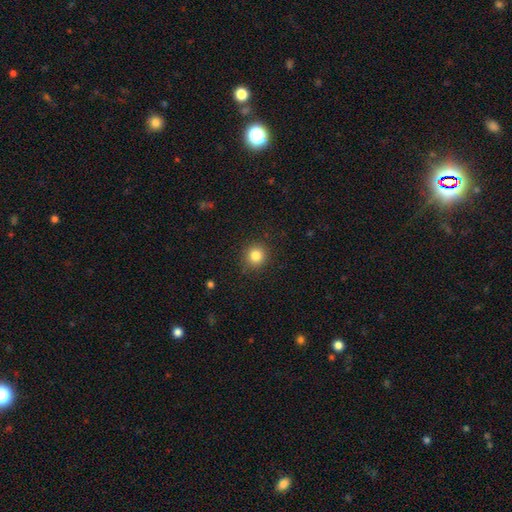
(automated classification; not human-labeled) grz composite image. It shows a smooth galaxy with no disk features (83%) that is round (92%). Merging: none (90%).